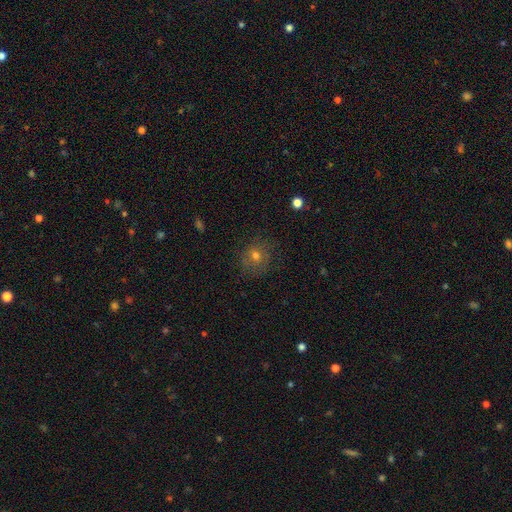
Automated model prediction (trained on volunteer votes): This is likely a smooth galaxy (63%). How rounded: clearly round (86%). Merging: likely none (80%).